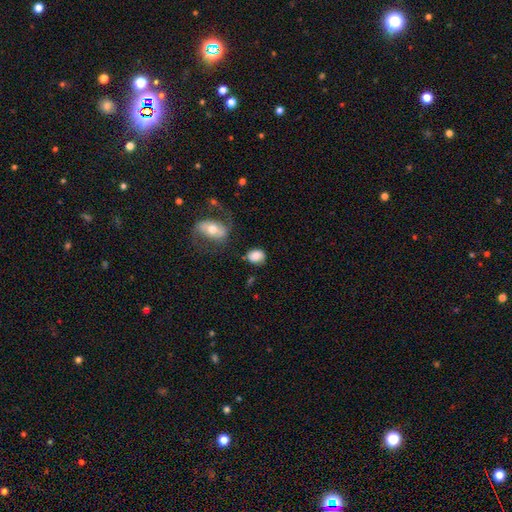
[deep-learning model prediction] Smooth or featured: smooth — 82% (featured or disk — 10%)
How rounded: in between — 60% (round — 38%)
Merging: none — 69% (minor disturbance — 18%)